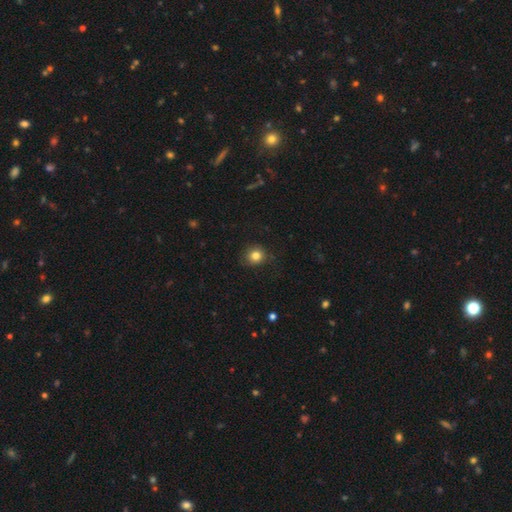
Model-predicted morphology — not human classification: This appears to be a smooth galaxy with no disk features (82%) that is round (84%). Merging: none (78%).